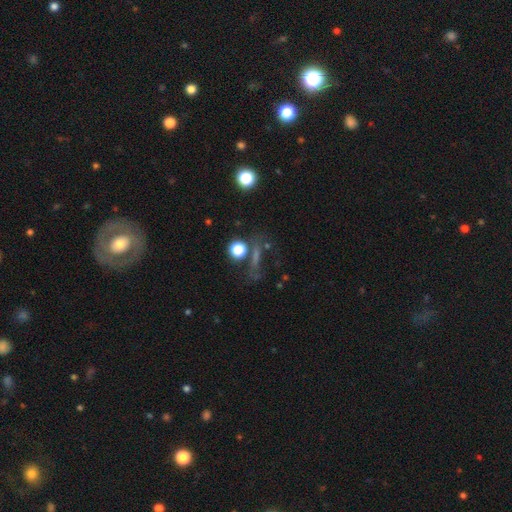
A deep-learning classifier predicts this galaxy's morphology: star or artifact 45%, smooth 33%, featured or disk 21%.